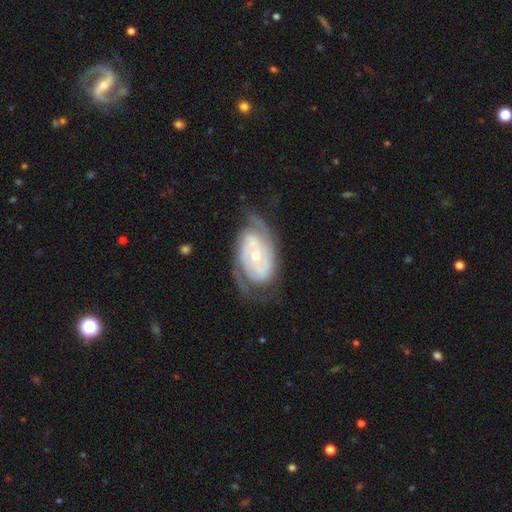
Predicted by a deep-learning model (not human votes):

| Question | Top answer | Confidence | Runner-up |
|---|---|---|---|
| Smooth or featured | featured or disk | 87% | smooth (8%) |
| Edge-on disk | no | 96% | yes (4%) |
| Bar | no | 59% | weak (29%) |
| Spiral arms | yes | 95% | no (5%) |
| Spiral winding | tight | 62% | medium (30%) |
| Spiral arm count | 2 | 63% | can't tell (16%) |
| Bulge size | moderate | 51% | small (44%) |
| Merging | none | 70% | minor disturbance (19%) |